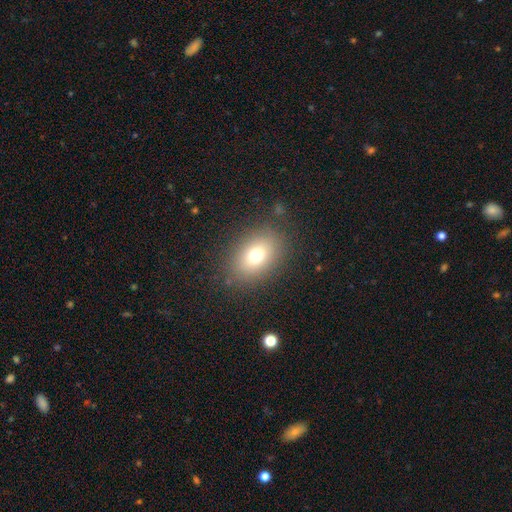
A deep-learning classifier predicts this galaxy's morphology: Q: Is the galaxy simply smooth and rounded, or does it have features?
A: smooth — 73%.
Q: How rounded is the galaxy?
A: in between — 71%.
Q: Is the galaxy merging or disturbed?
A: none — 83%.